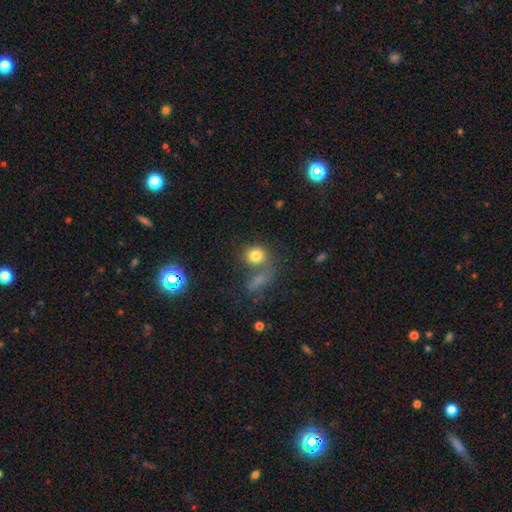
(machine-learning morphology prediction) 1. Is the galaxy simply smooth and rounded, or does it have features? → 79% smooth, 12% star or artifact, 10% featured or disk.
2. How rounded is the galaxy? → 73% round, 25% in between, 2% cigar-shaped.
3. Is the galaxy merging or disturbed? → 49% none, 29% merger, 12% minor disturbance, 10% major disturbance.